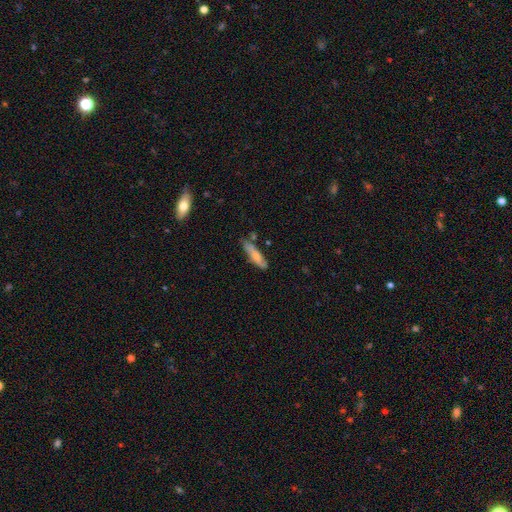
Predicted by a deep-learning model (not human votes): A smooth galaxy with no disk features (64%) that is cigar-shaped (74%). Merging: none (66%).